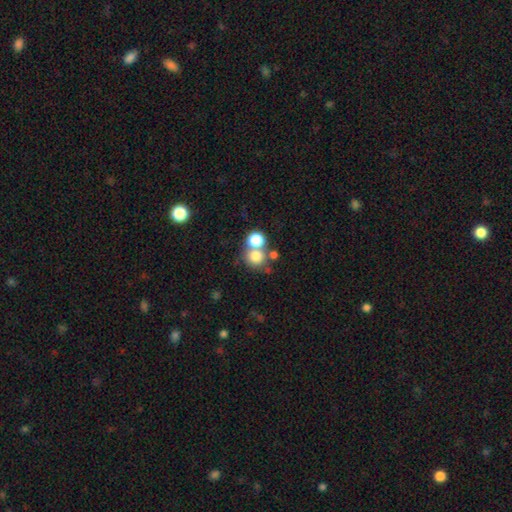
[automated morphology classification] Q: Smooth or featured?
A: smooth (75%); runner-up: star or artifact (14%)
Q: How rounded?
A: round (85%); runner-up: in between (14%)
Q: Merging?
A: none (46%); runner-up: merger (43%)